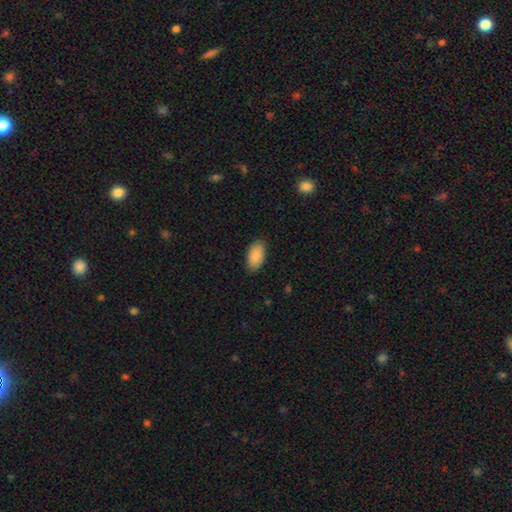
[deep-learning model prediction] Overall: smooth (88%). How rounded: in between (95%). Merging: none (86%).